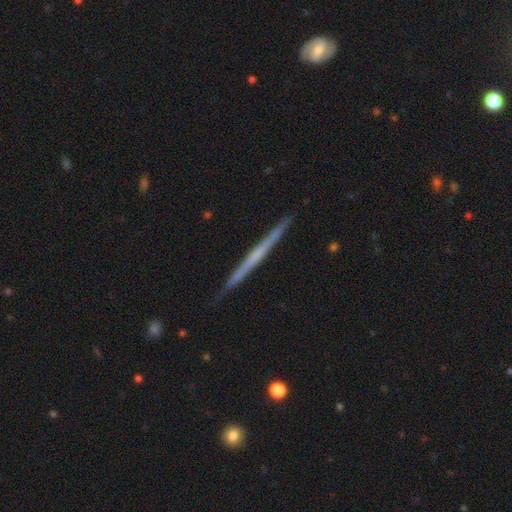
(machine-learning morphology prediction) type=featured or disk (64%); edge-on=yes (98%); edge-on bulge=none (83%); merging=none (92%).